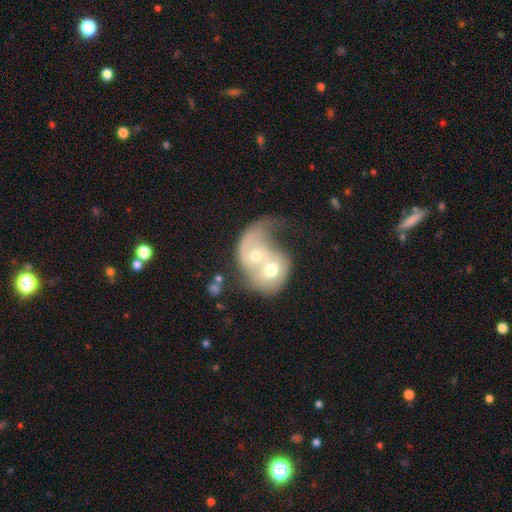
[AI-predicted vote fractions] A featured or disk galaxy (55%) with no bar (79%), spiral arms (52%) and a moderate central bulge (64%).

Vote fractions:
- Smooth or featured? featured or disk: 55% / smooth: 38% / star or artifact: 7%
- Edge-on disk? no: 96% / yes: 4%
- Bar? no: 79% / weak: 17% / strong: 4%
- Spiral arms? yes: 52% / no: 48%
- Bulge size? moderate: 64% / small: 21% / large: 9% / none: 3% / dominant: 2%
- Merging? merger: 83% / major disturbance: 9% / none: 5% / minor disturbance: 3%